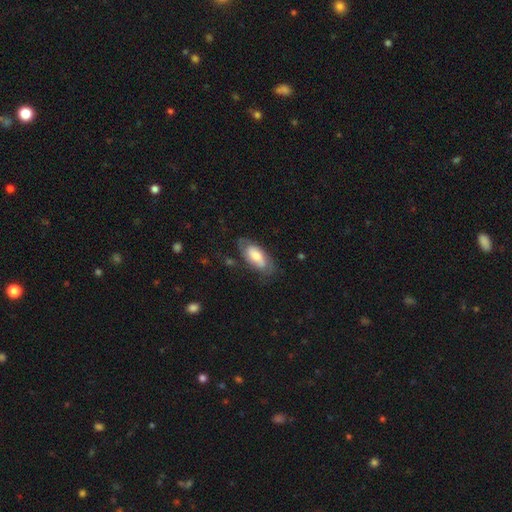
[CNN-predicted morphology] The model was most divided on "smooth or featured": smooth: 51%, featured or disk: 43%, star or artifact: 7%. More confident: how rounded — in between (87%); merging — none (66%).